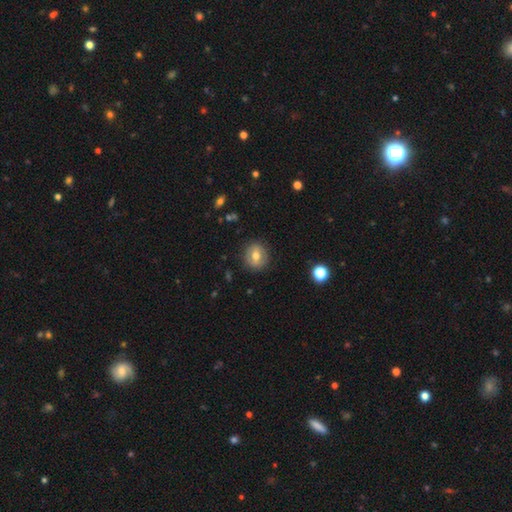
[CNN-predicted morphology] smooth-or-featured: smooth: 61% | featured or disk: 30% | star or artifact: 9%
  how-rounded: round: 77% | in between: 22% | cigar-shaped: 1%
  merging: none: 86% | minor disturbance: 10% | major disturbance: 3% | merger: 1%